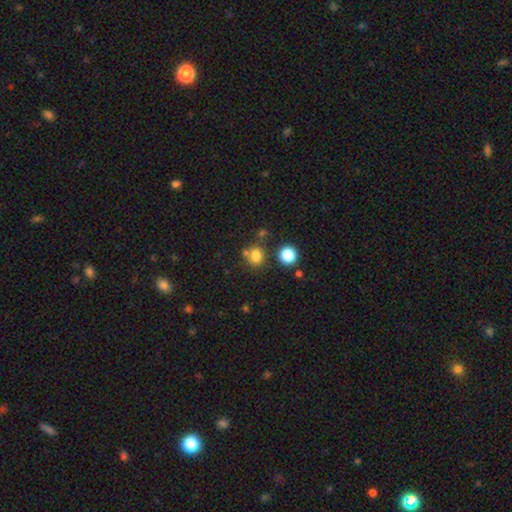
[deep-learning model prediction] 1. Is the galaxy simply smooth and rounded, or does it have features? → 78% smooth, 16% star or artifact, 7% featured or disk.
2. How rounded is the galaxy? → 72% round, 27% in between, 1% cigar-shaped.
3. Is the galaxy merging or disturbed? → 66% none, 18% merger, 12% minor disturbance, 4% major disturbance.